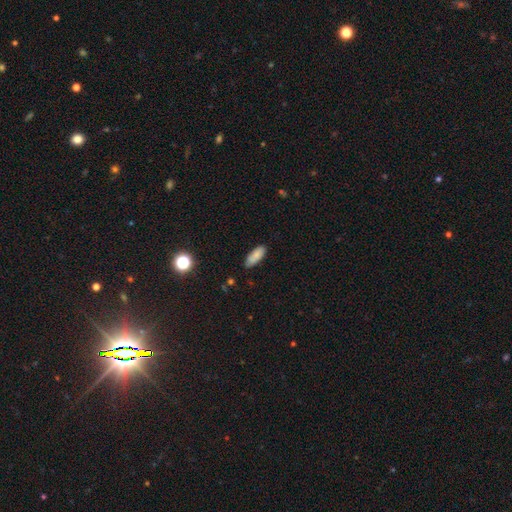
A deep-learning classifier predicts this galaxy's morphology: This appears to be a smooth galaxy with no disk features (85%) that is in between round and cigar-shaped (74%). Merging: none (81%).